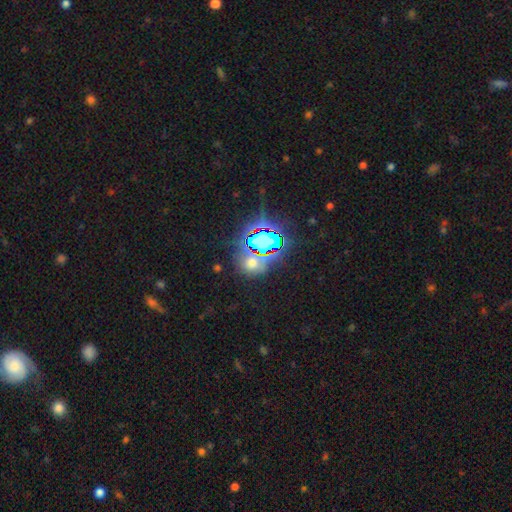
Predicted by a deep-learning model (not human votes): A star or artifact, not a galaxy (79%).

Vote fractions:
- Smooth or featured? star or artifact: 79% / smooth: 13% / featured or disk: 8%